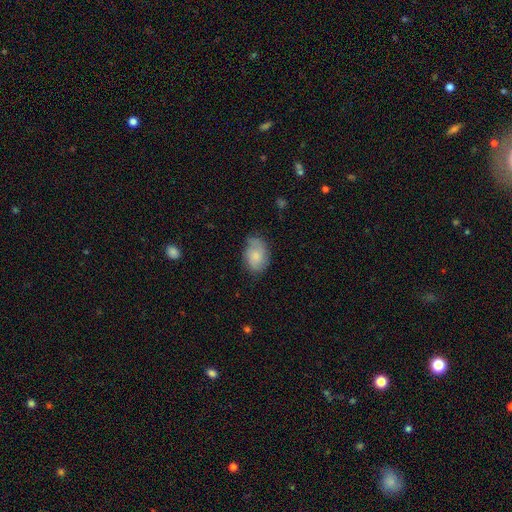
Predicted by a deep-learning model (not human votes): The model was most divided on "merging": none: 64%, minor disturbance: 27%, major disturbance: 7%, merger: 2%. More confident: how rounded — in between (83%); smooth or featured — smooth (73%).